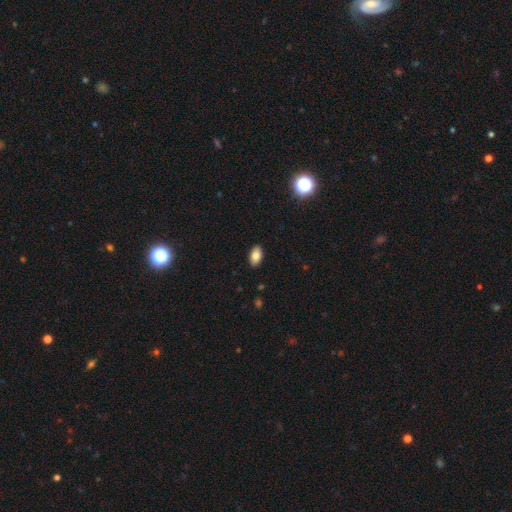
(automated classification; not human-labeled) Smooth or featured? smooth (81%)
How rounded? in between (93%)
Merging? none (90%)